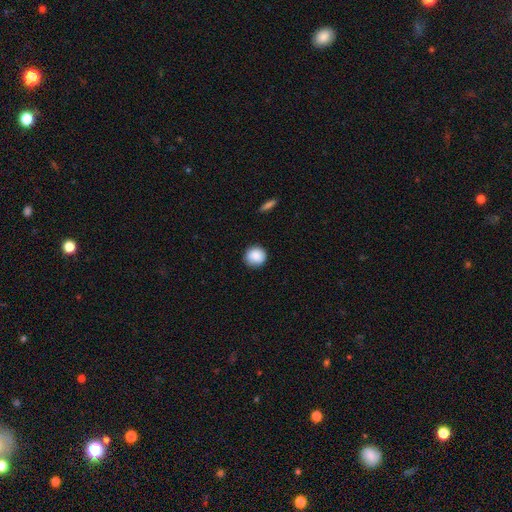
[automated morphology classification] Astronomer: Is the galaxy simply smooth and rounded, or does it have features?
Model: smooth — 89%.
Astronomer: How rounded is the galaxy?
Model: round — 91%.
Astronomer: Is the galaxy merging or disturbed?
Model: none — 86%.